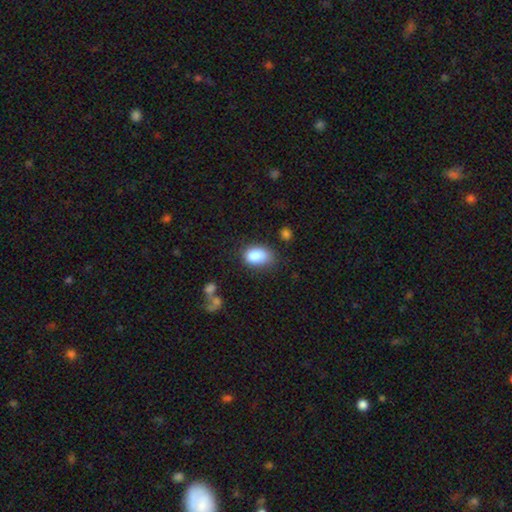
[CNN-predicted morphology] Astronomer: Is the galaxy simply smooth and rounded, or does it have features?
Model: smooth — 87%.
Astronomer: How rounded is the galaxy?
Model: in between — 88%.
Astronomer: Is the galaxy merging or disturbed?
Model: none — 69%.